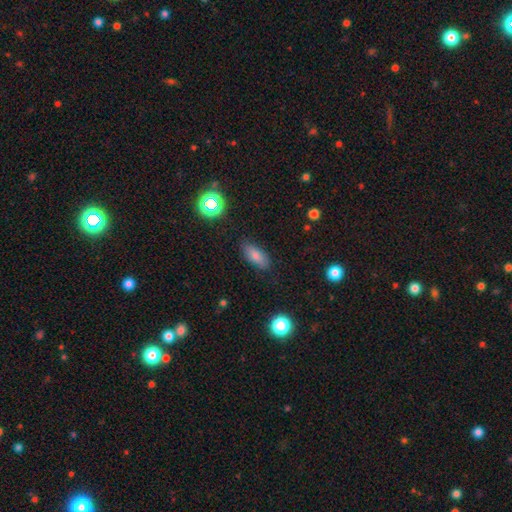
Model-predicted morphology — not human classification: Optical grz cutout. It shows a smooth galaxy with no disk features (78%) that is in between round and cigar-shaped (83%). Merging: none (82%).